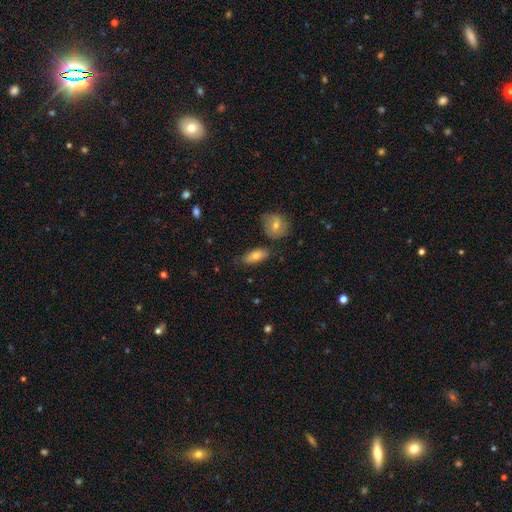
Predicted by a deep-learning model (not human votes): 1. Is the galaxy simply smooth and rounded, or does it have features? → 74% smooth, 19% featured or disk, 7% star or artifact.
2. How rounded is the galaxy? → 81% in between, 14% cigar-shaped, 5% round.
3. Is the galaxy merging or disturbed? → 71% none, 18% minor disturbance, 8% merger, 4% major disturbance.